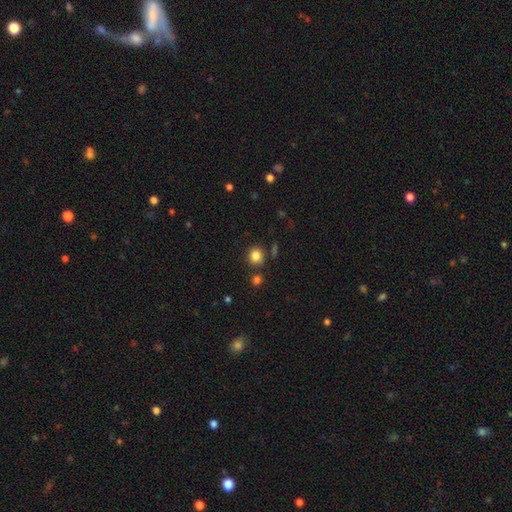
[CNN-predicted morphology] Q: Smooth or featured?
A: smooth (83%); runner-up: star or artifact (12%)
Q: How rounded?
A: round (82%); runner-up: in between (17%)
Q: Merging?
A: none (82%); runner-up: minor disturbance (9%)